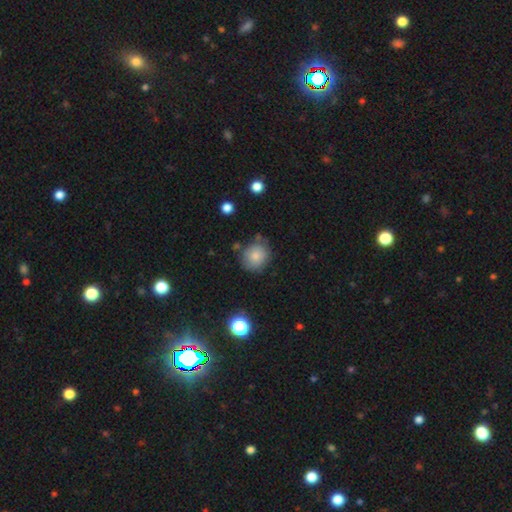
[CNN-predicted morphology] Q: Smooth or featured?
A: smooth (80%); runner-up: featured or disk (11%)
Q: How rounded?
A: round (81%); runner-up: in between (18%)
Q: Merging?
A: none (70%); runner-up: minor disturbance (20%)